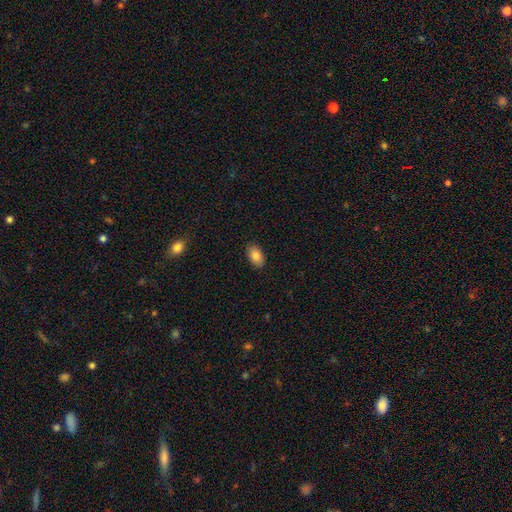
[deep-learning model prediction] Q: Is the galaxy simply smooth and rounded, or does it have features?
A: smooth — 85%.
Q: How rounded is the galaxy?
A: in between — 92%.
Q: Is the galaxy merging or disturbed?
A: none — 88%.